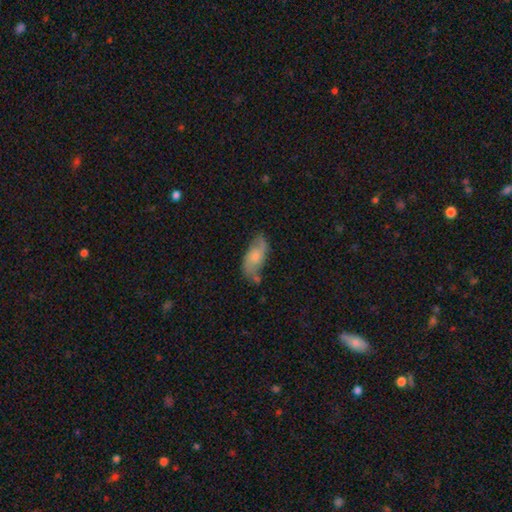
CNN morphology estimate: Smooth or featured? Predicted: featured or disk (p=0.49). Merging? Predicted: none (p=0.62).